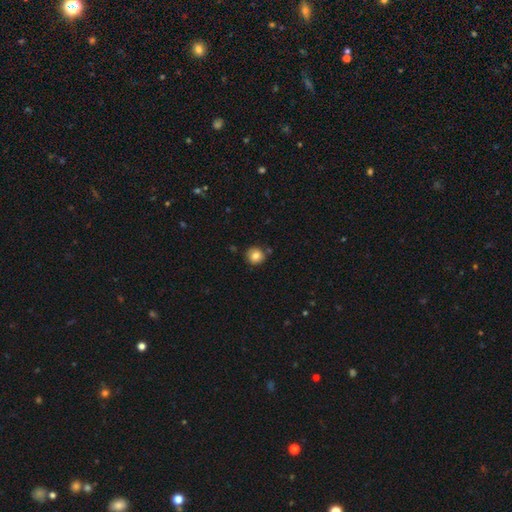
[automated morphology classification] A smooth galaxy with no disk features (81%) that is round (90%). Merging: none (83%).